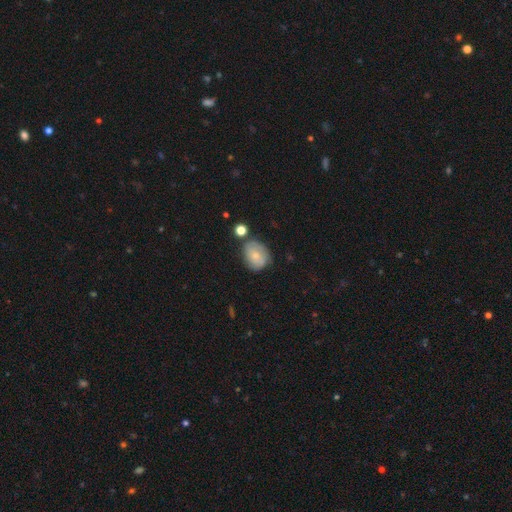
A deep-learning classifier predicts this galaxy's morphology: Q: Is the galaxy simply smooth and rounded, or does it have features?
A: smooth — 63%.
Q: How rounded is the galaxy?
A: round — 50%.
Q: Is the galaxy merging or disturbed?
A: none — 60%.